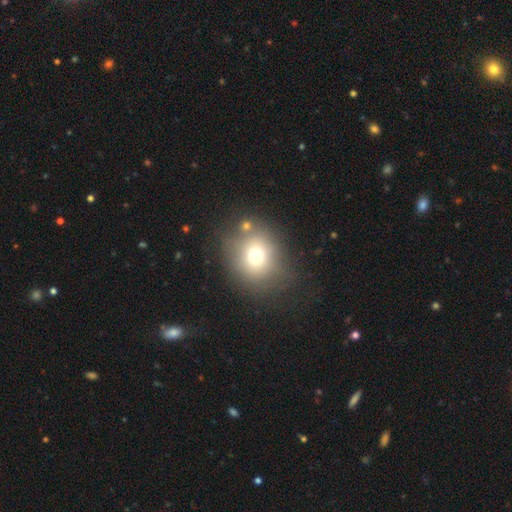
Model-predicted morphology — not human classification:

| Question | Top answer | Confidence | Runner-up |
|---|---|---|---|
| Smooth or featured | smooth | 72% | featured or disk (14%) |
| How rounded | round | 73% | in between (26%) |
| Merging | none | 70% | minor disturbance (15%) |